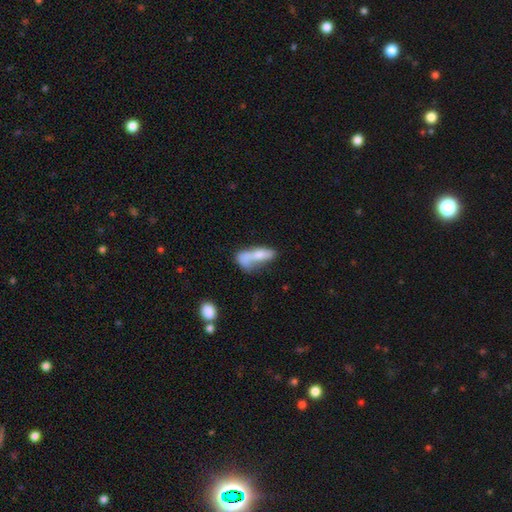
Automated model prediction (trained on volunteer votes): smooth_or_featured: smooth (p=0.64) [alt: featured or disk p=0.27]
how_rounded: in between (p=0.51) [alt: cigar-shaped p=0.44]
merging: merger (p=0.39) [alt: none p=0.26]